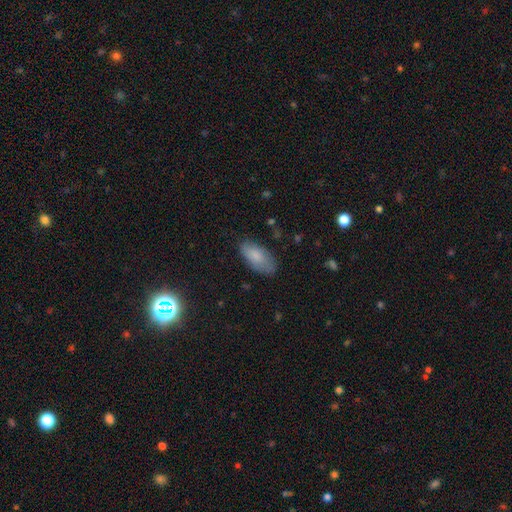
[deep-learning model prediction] Smooth or featured?
  - smooth: 83% *
  - featured or disk: 10%
  - star or artifact: 7%
How rounded?
  - in between: 91% *
  - cigar-shaped: 6%
  - round: 2%
Merging?
  - none: 77% *
  - minor disturbance: 17%
  - major disturbance: 4%
  - merger: 1%